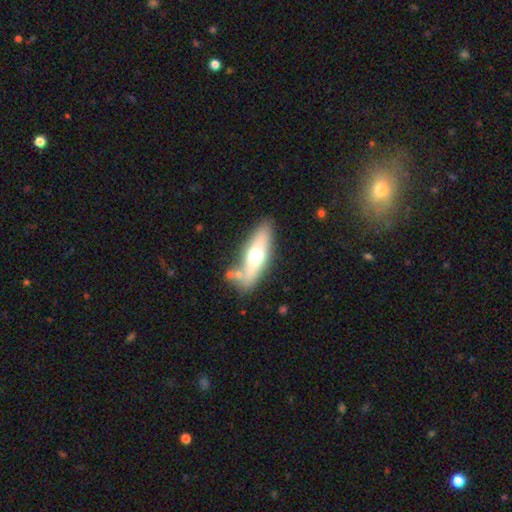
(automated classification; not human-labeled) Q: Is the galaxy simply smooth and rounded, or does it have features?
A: smooth — 50%.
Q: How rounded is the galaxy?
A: cigar-shaped — 51%.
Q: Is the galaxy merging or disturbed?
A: none — 76%.